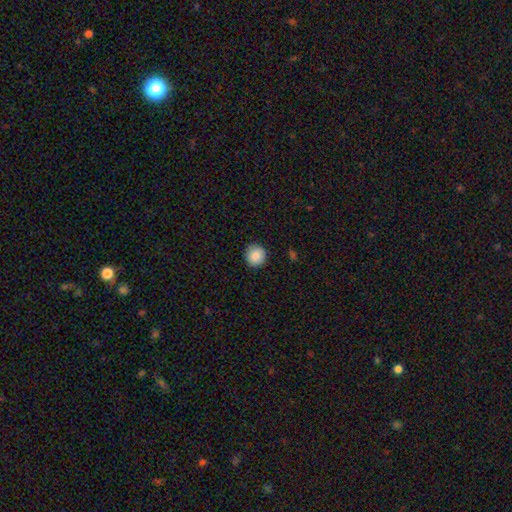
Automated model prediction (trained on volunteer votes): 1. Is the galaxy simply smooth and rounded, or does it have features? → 87% smooth, 8% star or artifact, 5% featured or disk.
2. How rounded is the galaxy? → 94% round, 5% in between, 1% cigar-shaped.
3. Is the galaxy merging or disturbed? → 90% none, 7% minor disturbance, 2% major disturbance, 1% merger.